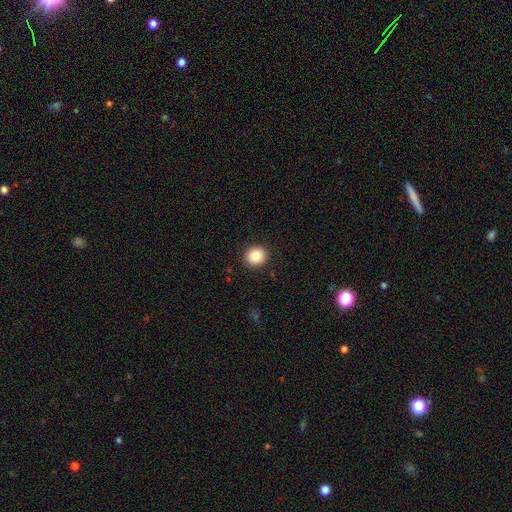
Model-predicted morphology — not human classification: Smooth or featured? Predicted: smooth (p=0.85). How rounded? Predicted: round (p=0.85). Merging? Predicted: none (p=0.92).